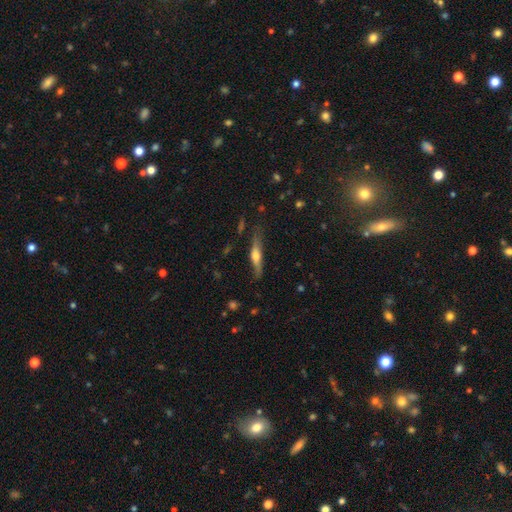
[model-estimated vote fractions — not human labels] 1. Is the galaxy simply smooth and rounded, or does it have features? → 55% featured or disk, 39% smooth, 6% star or artifact.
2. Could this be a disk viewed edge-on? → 92% yes, 8% no.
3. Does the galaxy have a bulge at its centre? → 85% rounded, 9% boxy, 6% none.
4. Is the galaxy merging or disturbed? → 72% none, 20% minor disturbance, 6% major disturbance, 2% merger.